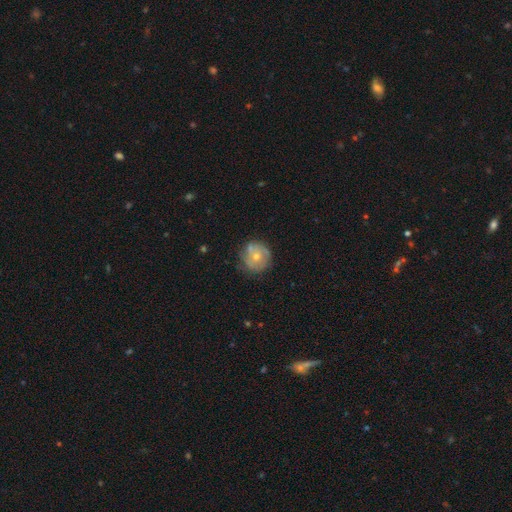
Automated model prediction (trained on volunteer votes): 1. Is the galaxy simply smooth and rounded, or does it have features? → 51% featured or disk, 41% smooth, 8% star or artifact.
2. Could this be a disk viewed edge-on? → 97% no, 3% yes.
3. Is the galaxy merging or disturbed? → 66% none, 22% minor disturbance, 7% major disturbance, 5% merger.